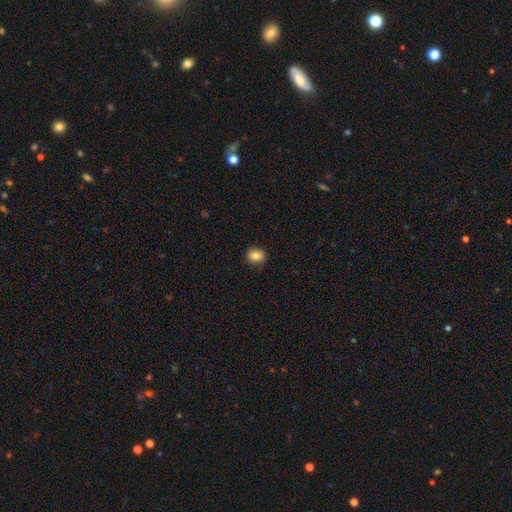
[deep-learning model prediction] smooth-or-featured: smooth: 85% | star or artifact: 9% | featured or disk: 6%
  how-rounded: round: 61% | in between: 38% | cigar-shaped: 1%
  merging: none: 89% | minor disturbance: 8% | major disturbance: 2% | merger: 1%